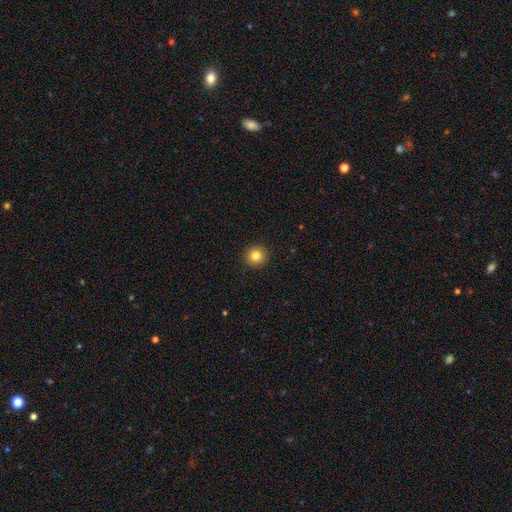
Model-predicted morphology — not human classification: This appears to be a smooth galaxy with no disk features (83%) that is round (94%). Merging: none (93%).